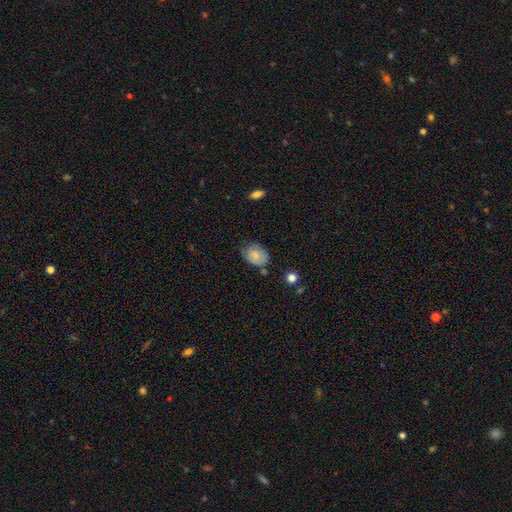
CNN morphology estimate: A smooth galaxy with no disk features (67%) that is in between round and cigar-shaped (67%).

Vote fractions:
- Smooth or featured? smooth: 67% / featured or disk: 25% / star or artifact: 7%
- How rounded? in between: 67% / round: 32% / cigar-shaped: 1%
- Merging? none: 57% / minor disturbance: 31% / major disturbance: 8% / merger: 3%